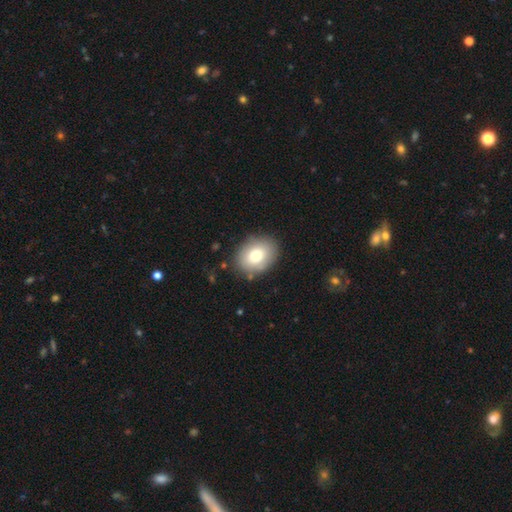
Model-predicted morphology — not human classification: smooth_or_featured: smooth (p=0.77) [alt: featured or disk p=0.15]
how_rounded: in between (p=0.59) [alt: round p=0.40]
merging: none (p=0.84) [alt: minor disturbance p=0.11]